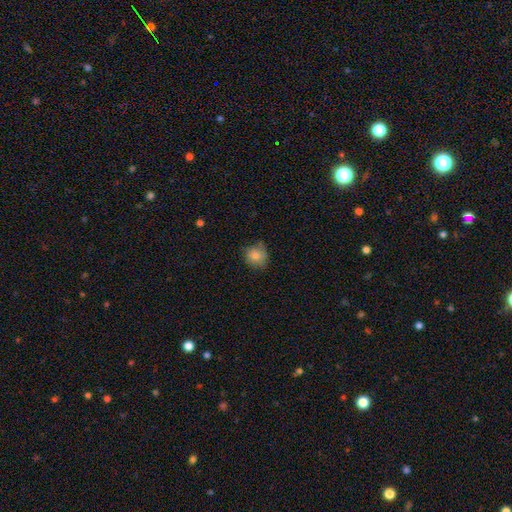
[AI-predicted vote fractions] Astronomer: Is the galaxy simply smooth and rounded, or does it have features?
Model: smooth — 82%.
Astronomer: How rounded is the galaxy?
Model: round — 81%.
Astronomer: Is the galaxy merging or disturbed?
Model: none — 68%.